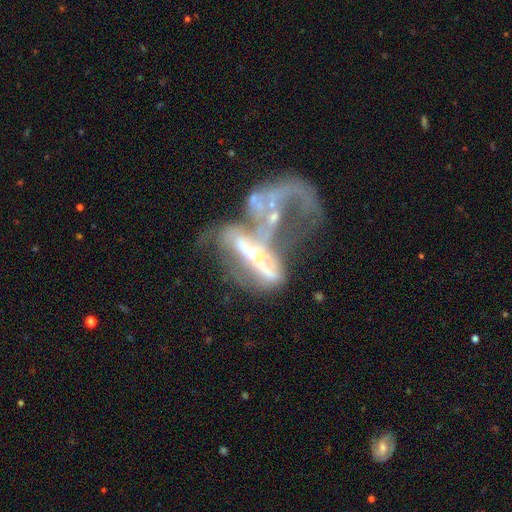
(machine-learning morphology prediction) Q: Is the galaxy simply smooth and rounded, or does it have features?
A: featured or disk — 72%.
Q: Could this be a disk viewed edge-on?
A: no — 84%.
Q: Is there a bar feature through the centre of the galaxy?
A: no — 59%.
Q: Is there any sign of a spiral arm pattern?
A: no — 59%.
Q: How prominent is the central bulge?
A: small — 39%.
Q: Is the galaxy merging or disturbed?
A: merger — 51%.